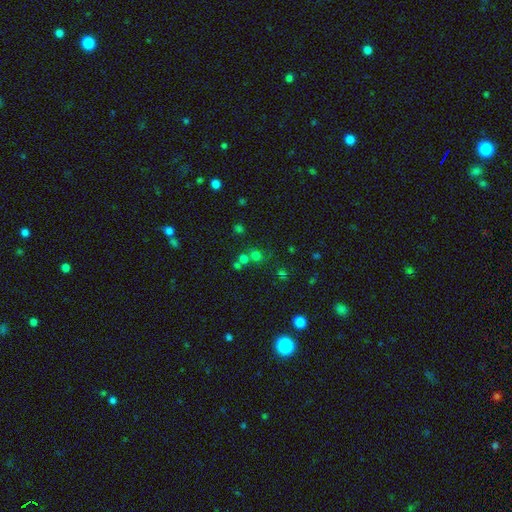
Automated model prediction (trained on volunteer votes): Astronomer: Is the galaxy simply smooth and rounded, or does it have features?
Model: smooth — 60%.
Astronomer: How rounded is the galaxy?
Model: round — 84%.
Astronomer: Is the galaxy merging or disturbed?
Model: none — 60%.